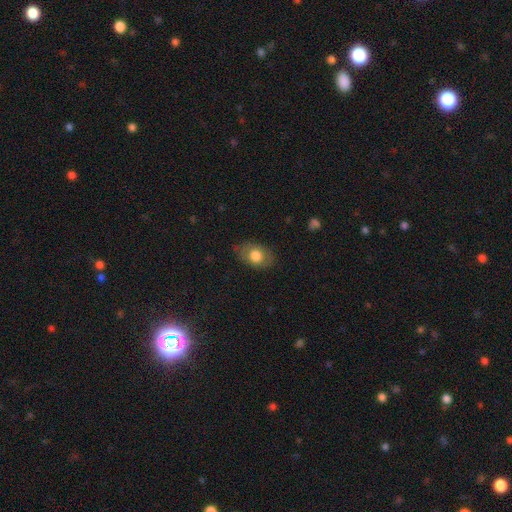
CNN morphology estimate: smooth_or_featured: smooth (p=0.71) [alt: featured or disk p=0.21]
how_rounded: in between (p=0.80) [alt: round p=0.19]
merging: none (p=0.76) [alt: minor disturbance p=0.18]